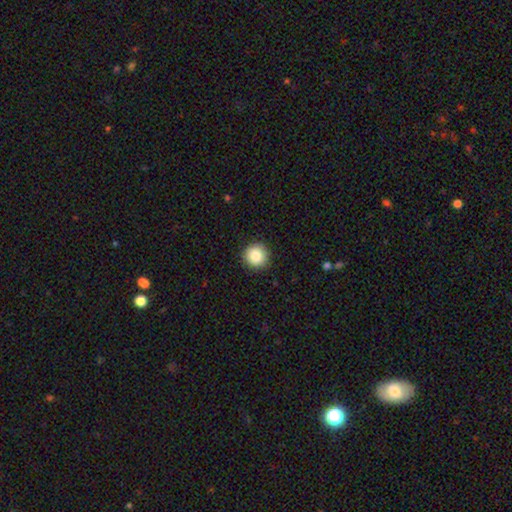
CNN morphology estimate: Smooth or featured? Predicted: smooth (p=0.87). How rounded? Predicted: round (p=0.95). Merging? Predicted: none (p=0.91).